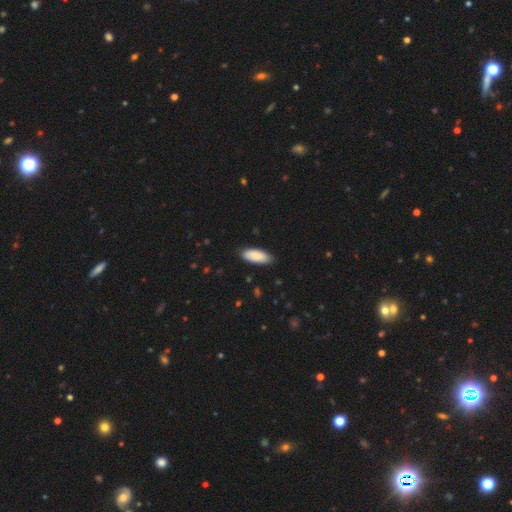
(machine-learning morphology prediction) This appears to be a smooth galaxy with no disk features (89%) that is in between round and cigar-shaped (82%). Merging: none (84%).